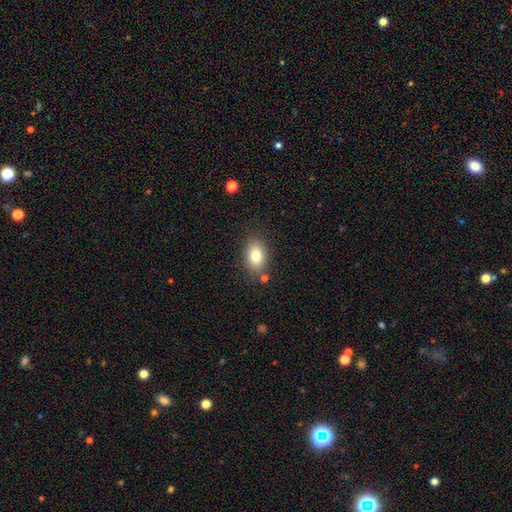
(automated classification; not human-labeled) Smooth or featured? Predicted: smooth (p=0.81). How rounded? Predicted: in between (p=0.83). Merging? Predicted: none (p=0.82).